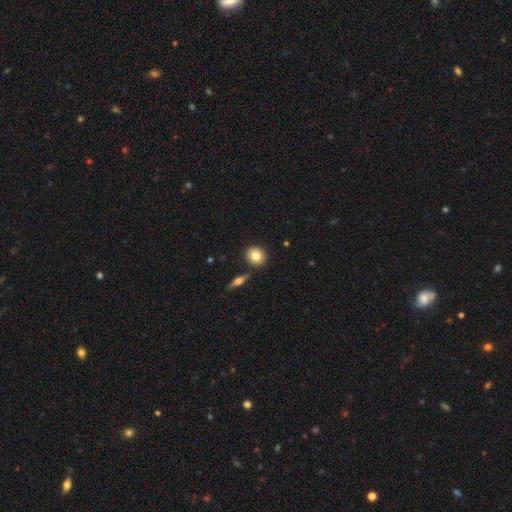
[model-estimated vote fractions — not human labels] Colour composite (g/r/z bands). It shows a smooth galaxy with no disk features (80%) that is round (81%). Merging: none (84%).